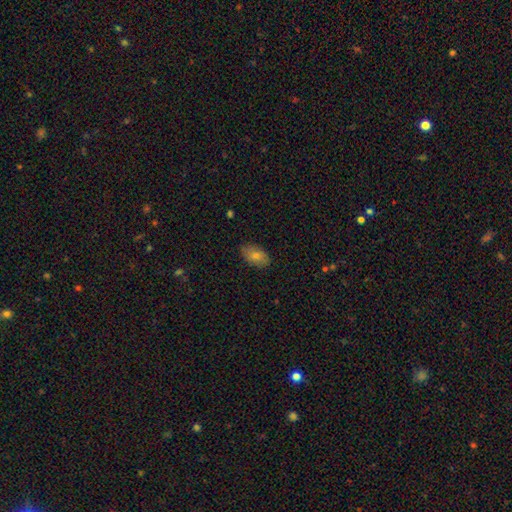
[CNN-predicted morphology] Smooth or featured?
  - smooth: 73% *
  - featured or disk: 16%
  - star or artifact: 11%
How rounded?
  - in between: 91% *
  - round: 7%
  - cigar-shaped: 2%
Merging?
  - none: 84% *
  - minor disturbance: 13%
  - major disturbance: 2%
  - merger: 1%